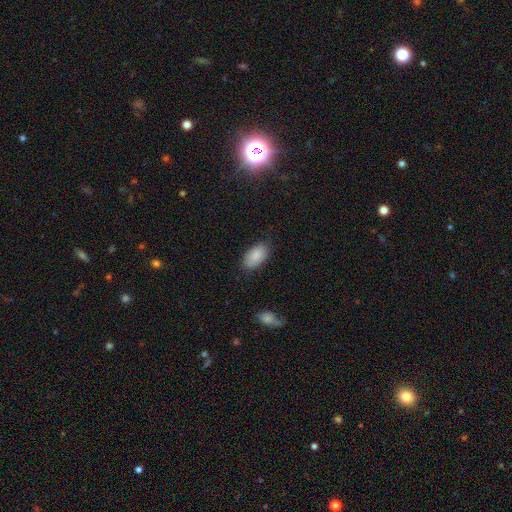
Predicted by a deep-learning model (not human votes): Smooth or featured? smooth (88%)
How rounded? in between (94%)
Merging? none (83%)